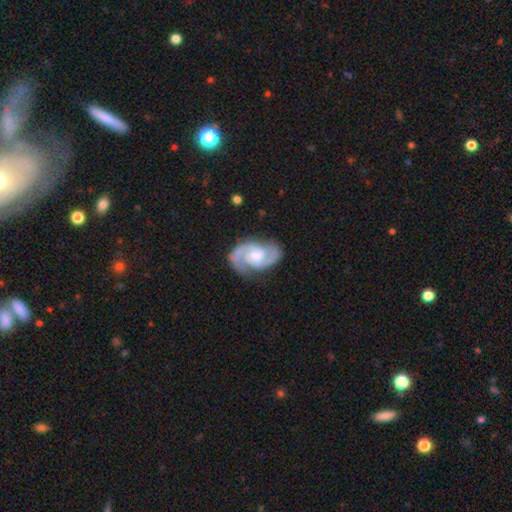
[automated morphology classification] smooth-or-featured: featured or disk: 90% | smooth: 6% | star or artifact: 4%
  disk-edge-on: no: 97% | yes: 3%
    bar: no: 53% | weak: 38% | strong: 8%
    has-spiral-arms: yes: 98% | no: 2%
      spiral-winding: medium: 53% | tight: 37% | loose: 11%
      spiral-arm-count: 2: 91% | 3: 3% | can't tell: 3% | 1: 1% | 4: 1% | more than 4: 1%
    bulge-size: moderate: 65% | small: 26% | large: 6% | none: 2% | dominant: 1%
  merging: none: 79% | minor disturbance: 15% | major disturbance: 4% | merger: 1%